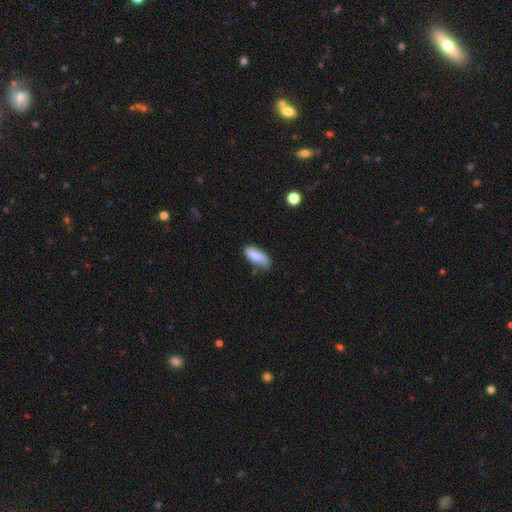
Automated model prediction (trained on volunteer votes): Overall: smooth (83%). How rounded: in between (81%). Merging: none (56%; minor disturbance 32%).